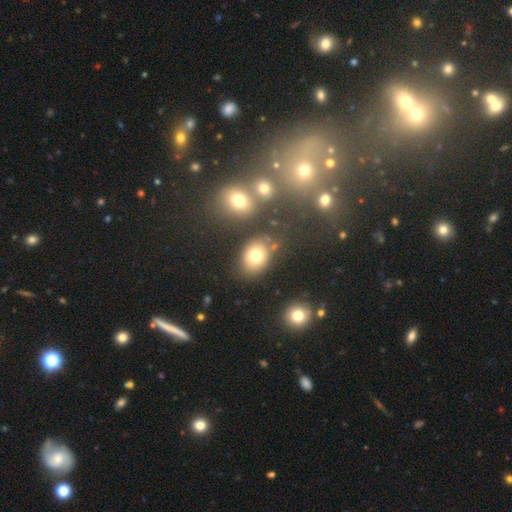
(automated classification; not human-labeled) Smooth or featured? Predicted: smooth (p=0.75). How rounded? Predicted: in between (p=0.56). Merging? Predicted: none (p=0.73).